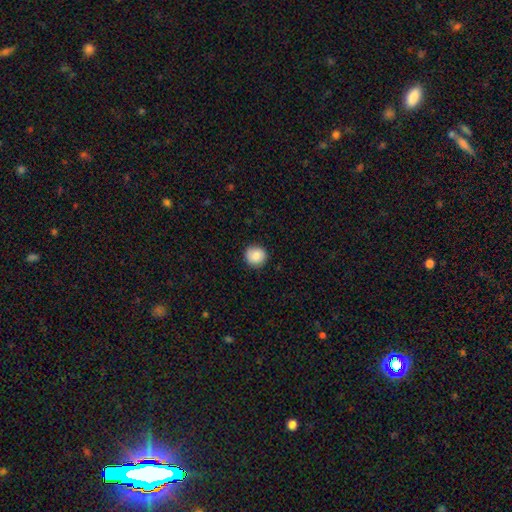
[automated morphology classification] smooth-or-featured: smooth: 86% | star or artifact: 8% | featured or disk: 6%
  how-rounded: round: 92% | in between: 7% | cigar-shaped: 1%
  merging: none: 89% | minor disturbance: 8% | major disturbance: 2% | merger: 1%